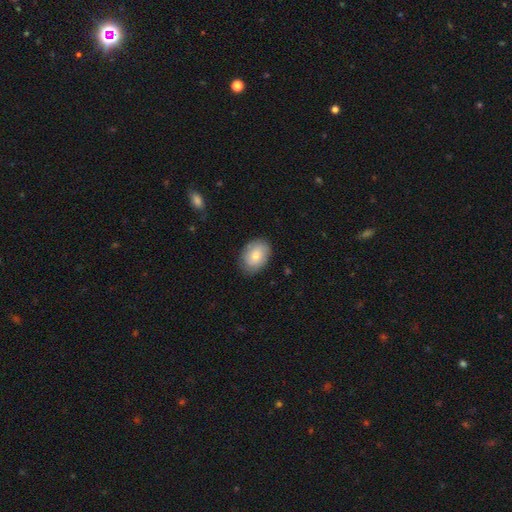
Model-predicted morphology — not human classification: A smooth galaxy with no disk features (79%) that is in between round and cigar-shaped (75%).

Vote fractions:
- Smooth or featured? smooth: 79% / featured or disk: 14% / star or artifact: 6%
- How rounded? in between: 75% / round: 24% / cigar-shaped: 1%
- Merging? none: 82% / minor disturbance: 14% / major disturbance: 3% / merger: 1%